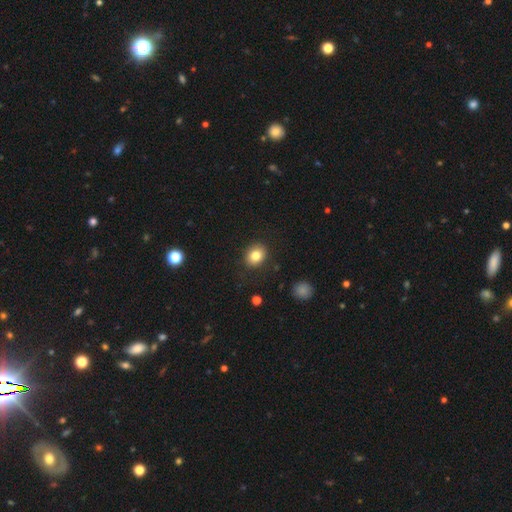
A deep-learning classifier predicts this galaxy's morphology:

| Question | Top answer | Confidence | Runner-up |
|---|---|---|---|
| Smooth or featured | smooth | 82% | star or artifact (10%) |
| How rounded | round | 54% | in between (45%) |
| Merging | none | 87% | minor disturbance (9%) |